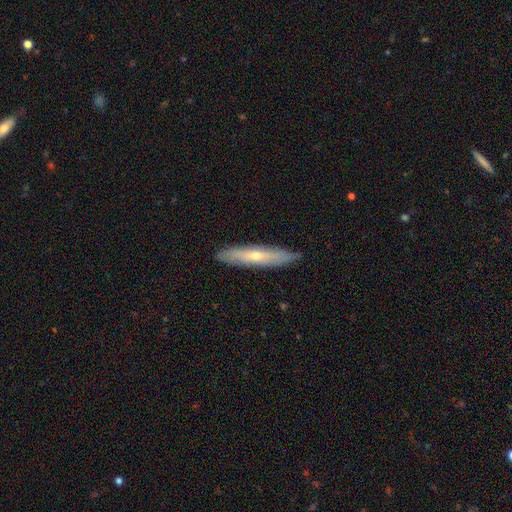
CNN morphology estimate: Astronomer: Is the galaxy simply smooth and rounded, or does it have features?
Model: featured or disk — 51% (runner-up: smooth, 43%).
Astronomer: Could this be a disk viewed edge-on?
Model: yes — 79%.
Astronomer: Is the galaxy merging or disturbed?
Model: none — 88%.